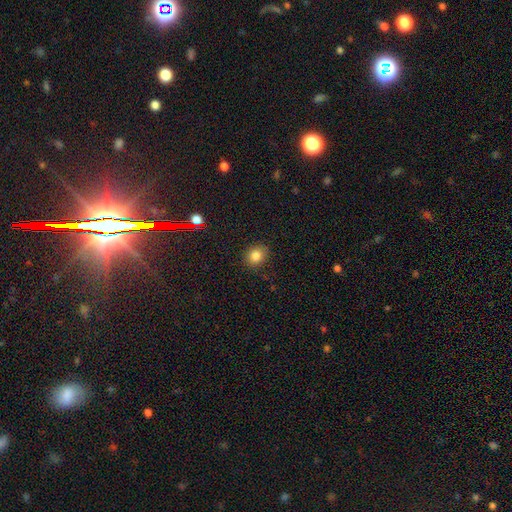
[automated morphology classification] Q: Smooth or featured?
A: smooth (81%); runner-up: star or artifact (13%)
Q: How rounded?
A: round (64%); runner-up: in between (35%)
Q: Merging?
A: none (86%); runner-up: minor disturbance (10%)